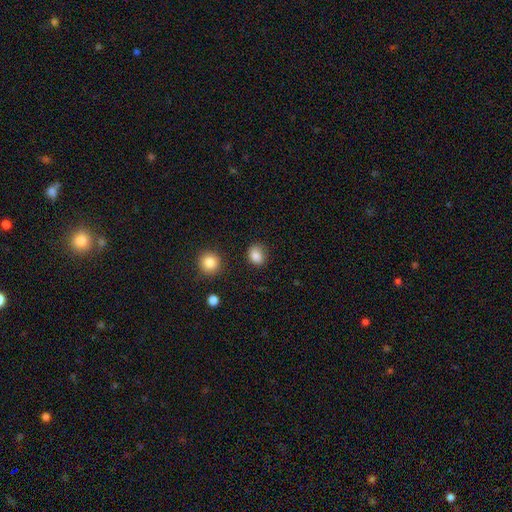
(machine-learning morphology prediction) The model was most divided on "how rounded": round: 62%, in between: 37%, cigar-shaped: 1%. More confident: smooth or featured — smooth (86%); merging — none (79%).